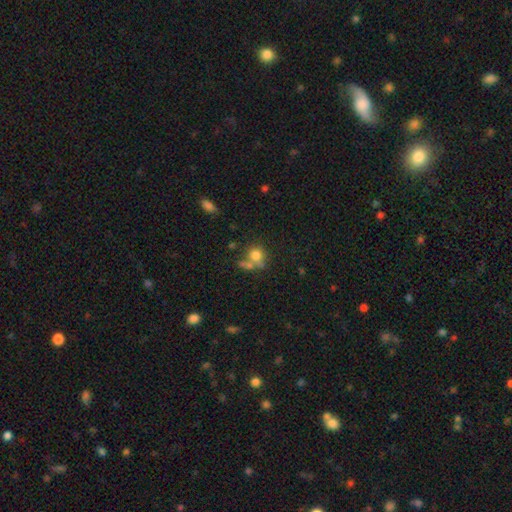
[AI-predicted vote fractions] Smooth or featured: smooth — 75% (star or artifact — 13%)
How rounded: round — 75% (in between — 23%)
Merging: none — 44% (merger — 34%)